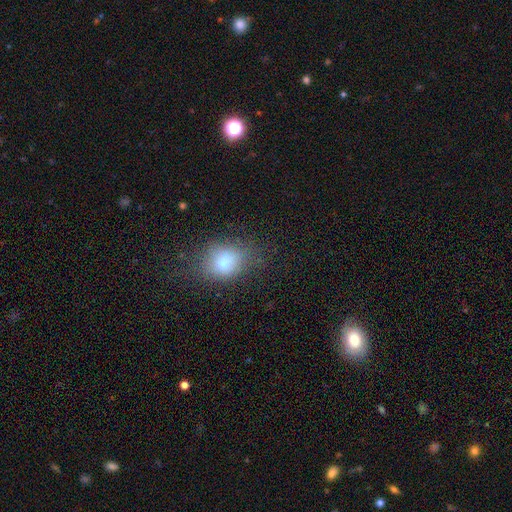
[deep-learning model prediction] smooth_or_featured: smooth (p=0.72) [alt: star or artifact p=0.15]
how_rounded: in between (p=0.61) [alt: round p=0.37]
merging: none (p=0.70) [alt: minor disturbance p=0.21]